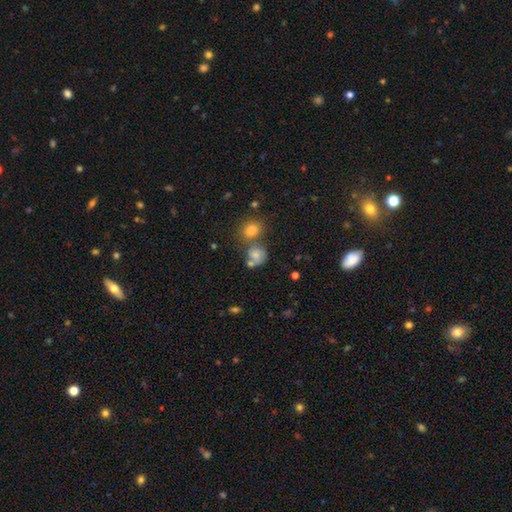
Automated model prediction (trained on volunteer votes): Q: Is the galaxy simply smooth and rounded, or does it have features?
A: smooth — 62%.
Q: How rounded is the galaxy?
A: round — 64%.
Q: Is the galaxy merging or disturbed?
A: none — 39%.